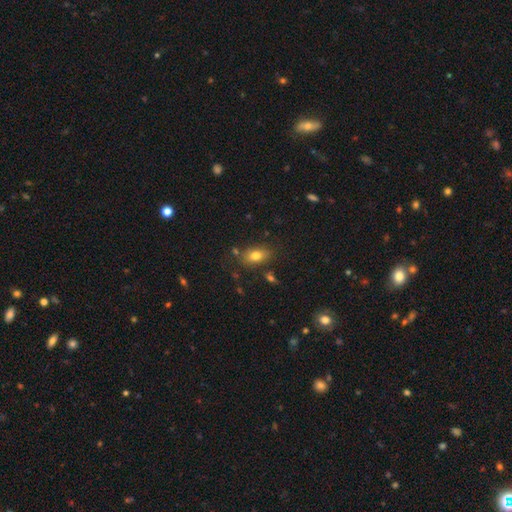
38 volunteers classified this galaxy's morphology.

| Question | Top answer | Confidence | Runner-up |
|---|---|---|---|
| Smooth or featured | smooth | 84% | star or artifact (11%) |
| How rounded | in between | 94% | round (3%) |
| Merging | none | 82% | minor disturbance (12%) |